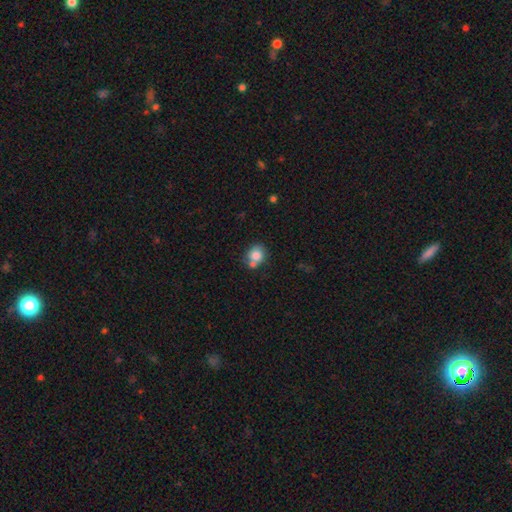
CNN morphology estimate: This appears to be a smooth galaxy with no disk features (78%) that is round (70%). Merging: none (52%).